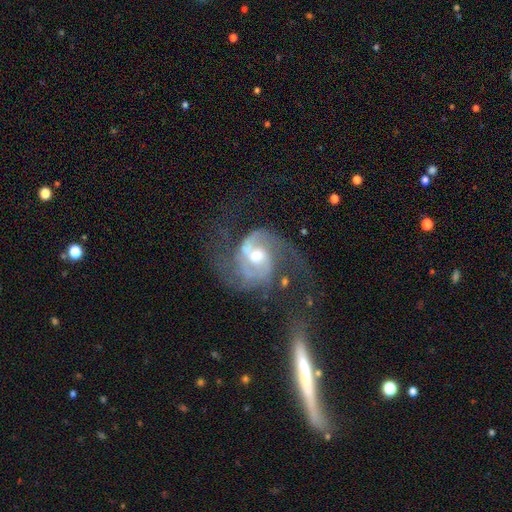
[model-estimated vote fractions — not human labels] smooth_or_featured: featured or disk (p=0.90) [alt: star or artifact p=0.05]
disk_edge_on: no (p=0.98) [alt: yes p=0.02]
bar: no (p=0.44) [alt: weak p=0.43]
has_spiral_arms: yes (p=0.97) [alt: no p=0.03]
spiral_winding: medium (p=0.53) [alt: loose p=0.25]
spiral_arm_count: 2 (p=0.80) [alt: 3 p=0.06]
bulge_size: moderate (p=0.65) [alt: small p=0.28]
merging: none (p=0.51) [alt: major disturbance p=0.25]